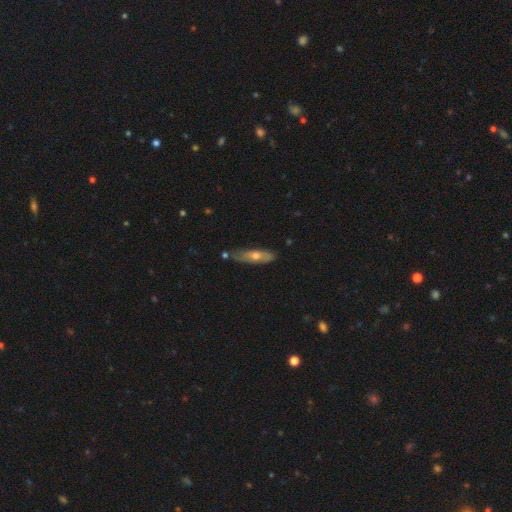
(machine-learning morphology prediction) A smooth galaxy with no disk features (48%). Merging: none (72%).